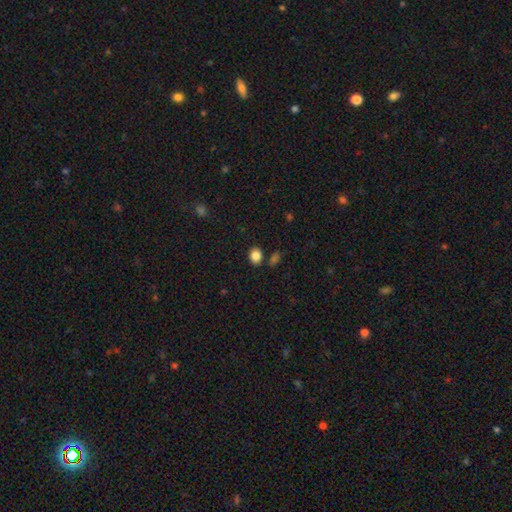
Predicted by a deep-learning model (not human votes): This is clearly a smooth galaxy (85%). How rounded: possibly round (51%). Merging: likely none (80%).